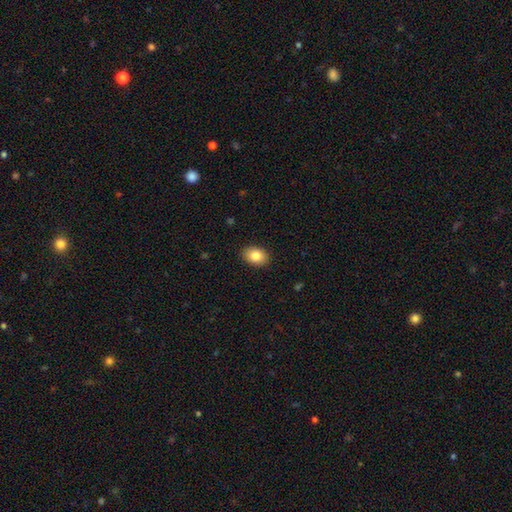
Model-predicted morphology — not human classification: This appears to be a smooth galaxy with no disk features (84%) that is in between round and cigar-shaped (77%). Merging: none (89%).